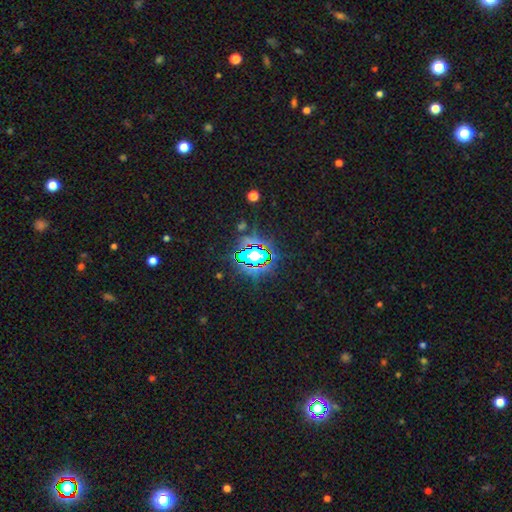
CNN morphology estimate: Smooth or featured?
  - star or artifact: 80% *
  - smooth: 12%
  - featured or disk: 8%